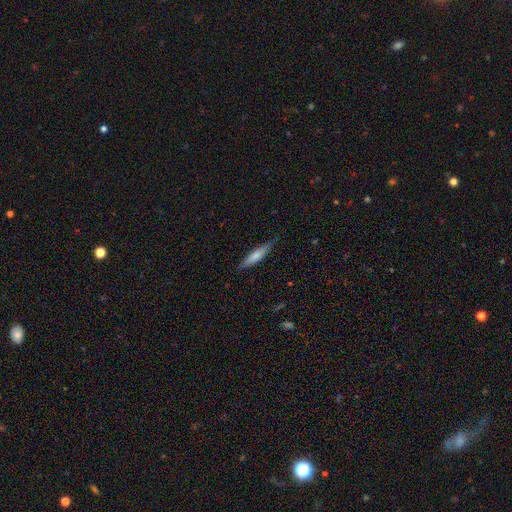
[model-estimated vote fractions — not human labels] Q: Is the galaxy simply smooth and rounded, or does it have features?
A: smooth — 67%.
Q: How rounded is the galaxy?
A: cigar-shaped — 84%.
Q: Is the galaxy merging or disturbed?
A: none — 79%.